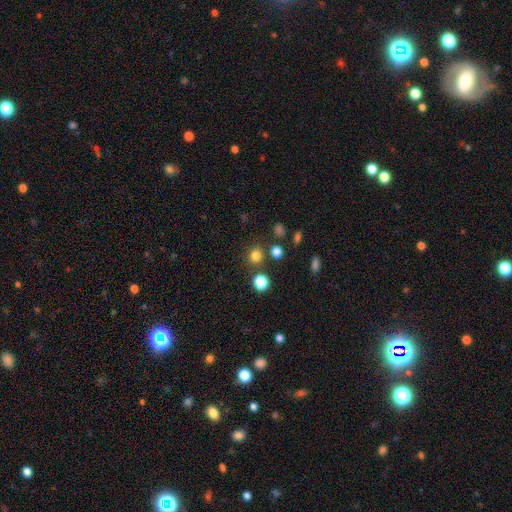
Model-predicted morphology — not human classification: A smooth galaxy with no disk features (78%) that is round (88%).

Vote fractions:
- Smooth or featured? smooth: 78% / star or artifact: 17% / featured or disk: 5%
- How rounded? round: 88% / in between: 11% / cigar-shaped: 1%
- Merging? none: 81% / minor disturbance: 8% / merger: 8% / major disturbance: 3%